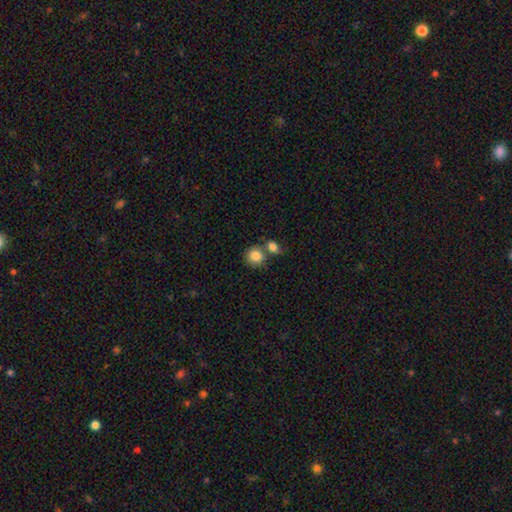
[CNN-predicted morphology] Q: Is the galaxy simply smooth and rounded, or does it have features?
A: smooth — 85%.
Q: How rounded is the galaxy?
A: round — 83%.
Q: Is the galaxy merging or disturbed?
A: none — 53%.